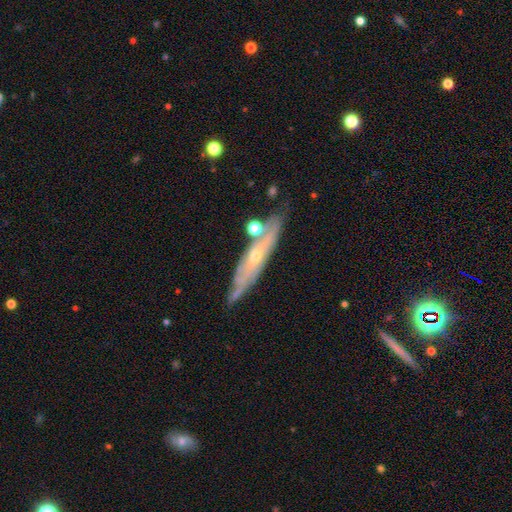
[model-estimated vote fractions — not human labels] A featured or disk galaxy (74%) with not edge-on (50%, tied with yes). Merging: none (66%).